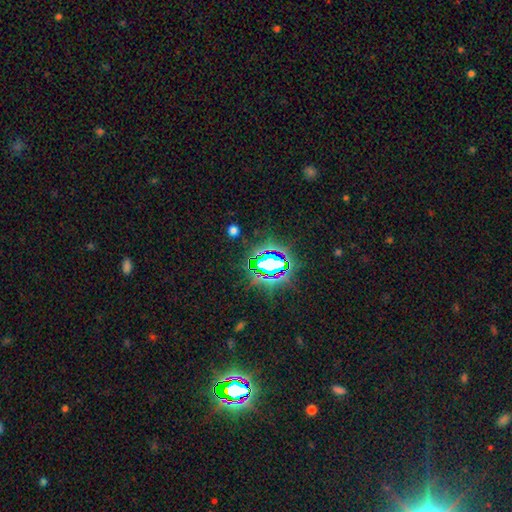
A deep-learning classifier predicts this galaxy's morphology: Overall: star or artifact (80%).